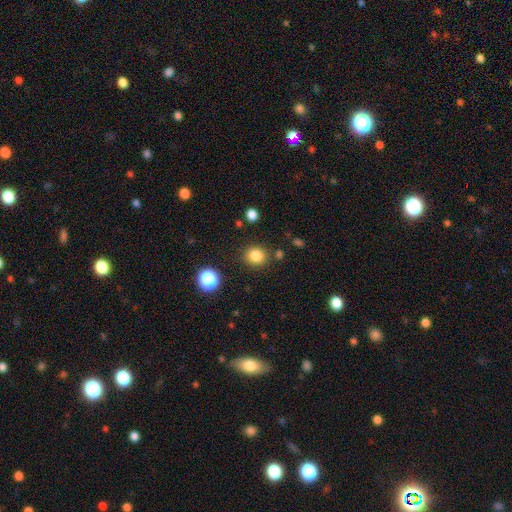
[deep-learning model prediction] The model was most divided on "how rounded": round: 81%, in between: 18%, cigar-shaped: 1%. More confident: merging — none (86%); smooth or featured — smooth (83%).